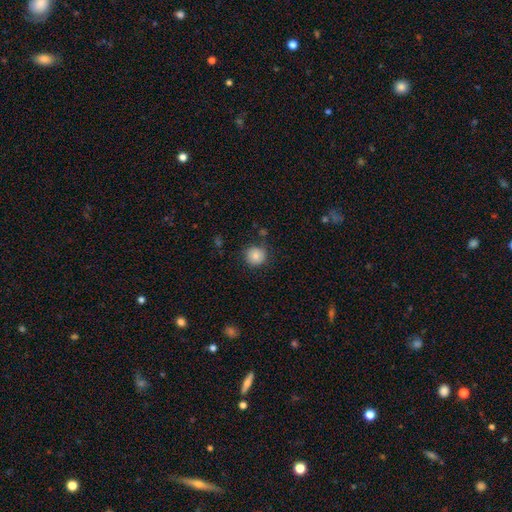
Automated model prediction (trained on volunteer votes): Smooth or featured?
  - smooth: 83% *
  - star or artifact: 10%
  - featured or disk: 7%
How rounded?
  - round: 93% *
  - in between: 6%
  - cigar-shaped: 1%
Merging?
  - none: 84% *
  - minor disturbance: 11%
  - major disturbance: 3%
  - merger: 2%